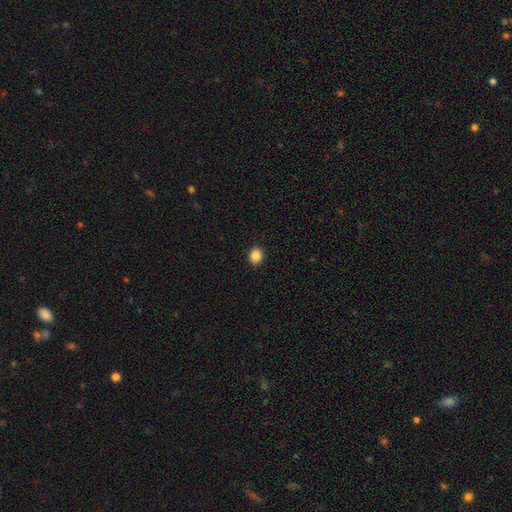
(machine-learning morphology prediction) Smooth or featured: smooth — 87% (star or artifact — 10%)
How rounded: round — 74% (in between — 25%)
Merging: none — 92% (minor disturbance — 5%)